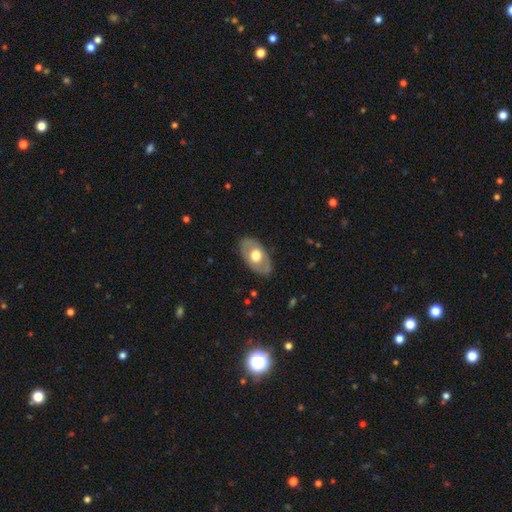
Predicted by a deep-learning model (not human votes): This is possibly a smooth galaxy (49%). Merging: clearly none (81%).